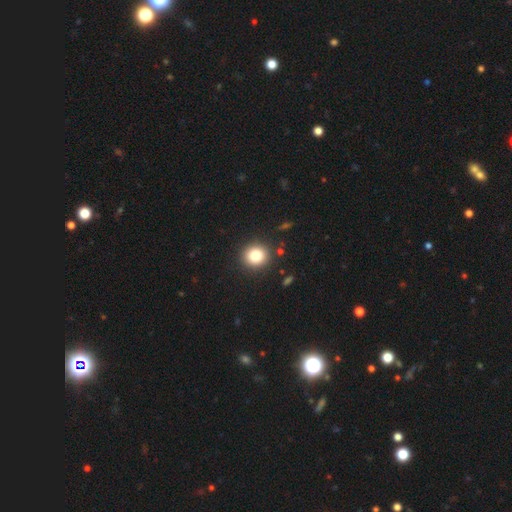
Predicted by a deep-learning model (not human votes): smooth 80%, star or artifact 11%, featured or disk 8%. Down the decision tree: how rounded — round (86%); merging — none (90%).